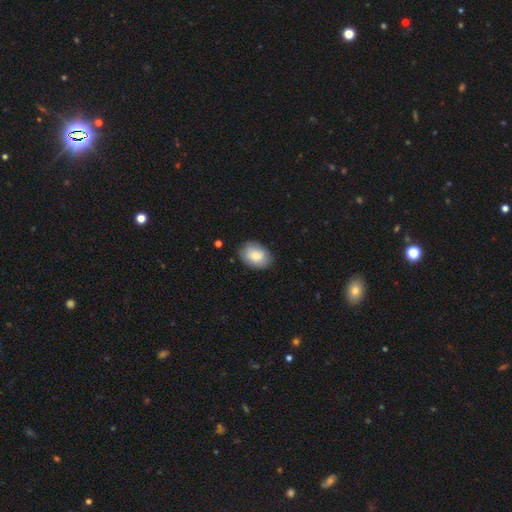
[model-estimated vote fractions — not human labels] Smooth or featured?
  - smooth: 82% *
  - featured or disk: 12%
  - star or artifact: 6%
How rounded?
  - in between: 76% *
  - round: 23%
  - cigar-shaped: 1%
Merging?
  - none: 81% *
  - minor disturbance: 15%
  - major disturbance: 3%
  - merger: 1%